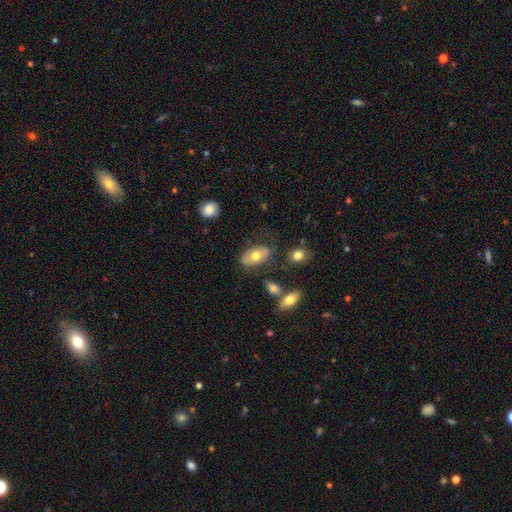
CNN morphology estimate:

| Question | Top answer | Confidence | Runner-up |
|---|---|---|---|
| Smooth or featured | smooth | 61% | featured or disk (33%) |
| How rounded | in between | 92% | round (6%) |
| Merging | none | 72% | minor disturbance (18%) |